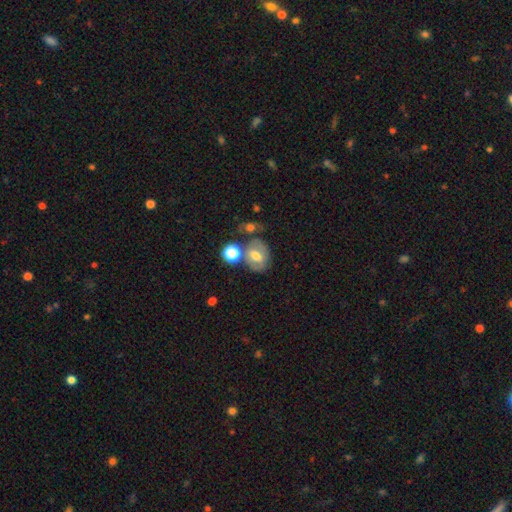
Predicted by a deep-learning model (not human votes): smooth_or_featured: smooth (p=0.55) [alt: featured or disk p=0.35]
how_rounded: in between (p=0.56) [alt: round p=0.43]
merging: none (p=0.54) [alt: merger p=0.20]